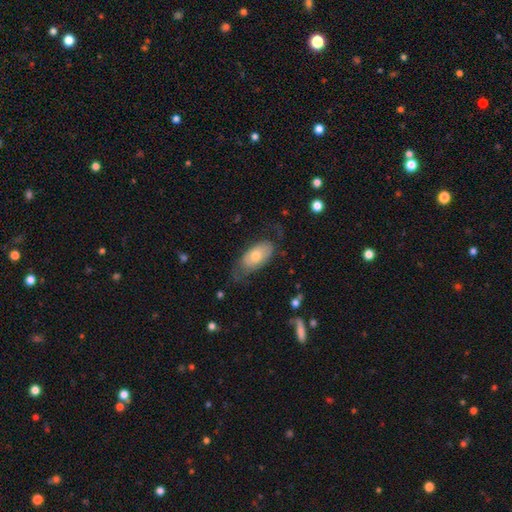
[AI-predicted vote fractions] smooth_or_featured: smooth (p=0.63) [alt: featured or disk p=0.31]
how_rounded: in between (p=0.92) [alt: cigar-shaped p=0.05]
merging: none (p=0.52) [alt: minor disturbance p=0.29]